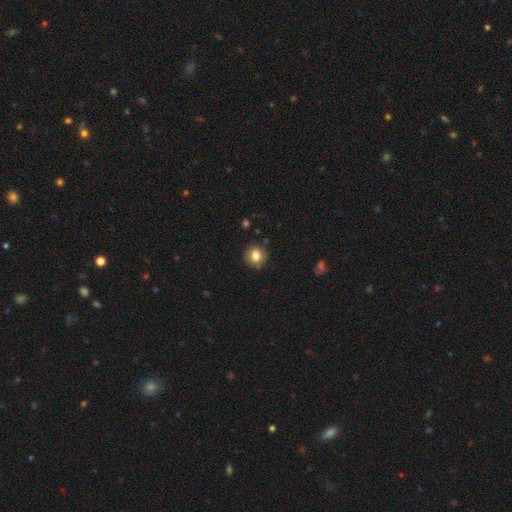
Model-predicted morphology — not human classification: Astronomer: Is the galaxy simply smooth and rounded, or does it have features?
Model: smooth — 81%.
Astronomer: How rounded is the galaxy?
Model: round — 88%.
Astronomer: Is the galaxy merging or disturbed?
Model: none — 88%.